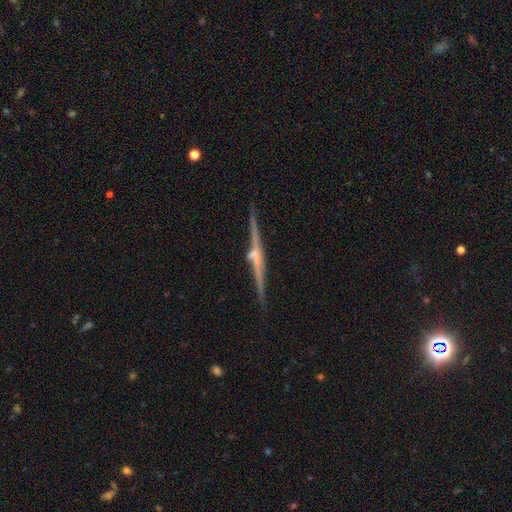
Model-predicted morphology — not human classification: Smooth or featured? featured or disk (83%)
Edge-on disk? yes (98%)
Edge-on bulge? rounded (75%)
Merging? none (88%)